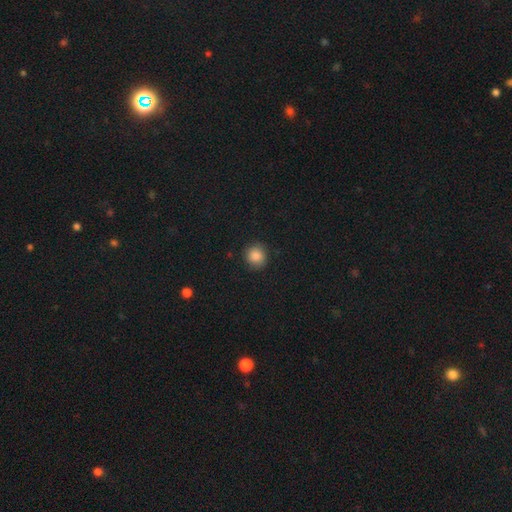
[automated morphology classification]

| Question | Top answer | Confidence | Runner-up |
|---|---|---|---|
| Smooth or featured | smooth | 87% | star or artifact (9%) |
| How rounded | round | 89% | in between (10%) |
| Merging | none | 88% | minor disturbance (9%) |